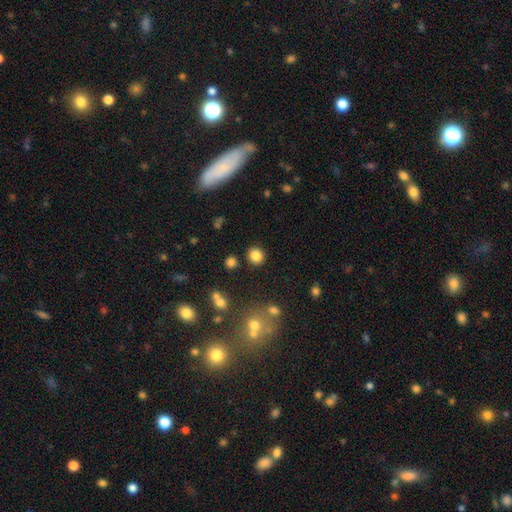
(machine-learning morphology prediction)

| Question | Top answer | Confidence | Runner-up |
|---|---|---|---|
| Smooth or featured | smooth | 84% | star or artifact (11%) |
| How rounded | round | 87% | in between (12%) |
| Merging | none | 88% | minor disturbance (6%) |